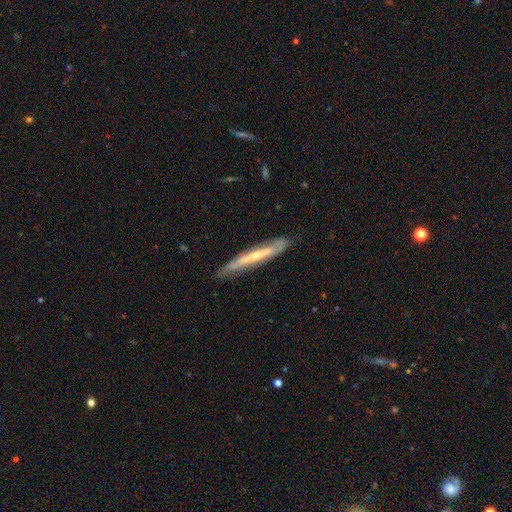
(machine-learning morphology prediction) This is likely a featured or disk galaxy (65%). It is likely viewed edge-on (78%). Edge-on bulge: possibly rounded (54%). Merging: likely none (80%).